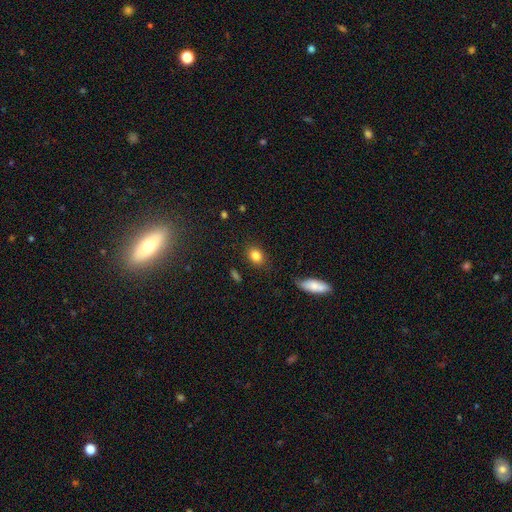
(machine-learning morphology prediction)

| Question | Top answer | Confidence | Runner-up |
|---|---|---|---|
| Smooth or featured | smooth | 84% | star or artifact (10%) |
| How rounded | in between | 59% | round (39%) |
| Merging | none | 83% | minor disturbance (12%) |